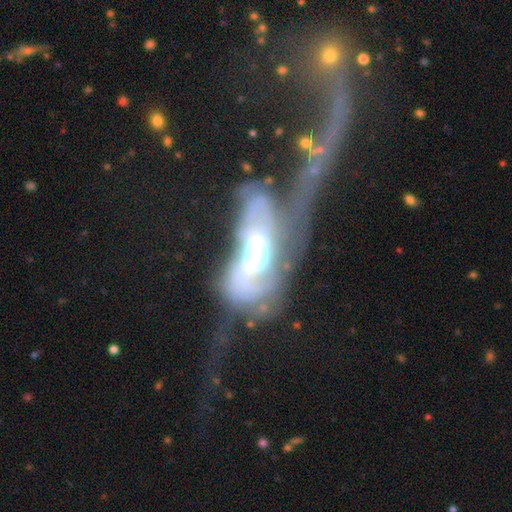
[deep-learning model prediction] Q: Smooth or featured?
A: featured or disk (63%); runner-up: smooth (26%)
Q: Edge-on disk?
A: no (91%); runner-up: yes (9%)
Q: Bar?
A: no (66%); runner-up: weak (22%)
Q: Spiral arms?
A: no (59%); runner-up: yes (41%)
Q: Bulge size?
A: moderate (42%); runner-up: large (41%)
Q: Merging?
A: major disturbance (58%); runner-up: merger (23%)